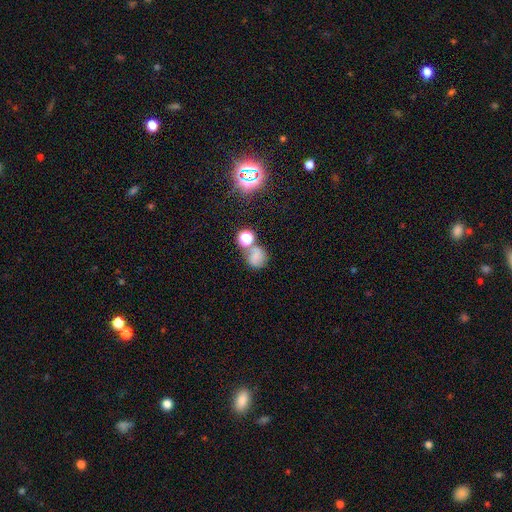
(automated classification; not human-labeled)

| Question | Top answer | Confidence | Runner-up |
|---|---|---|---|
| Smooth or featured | smooth | 60% | star or artifact (21%) |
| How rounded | round | 73% | in between (26%) |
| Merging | none | 47% | merger (28%) |